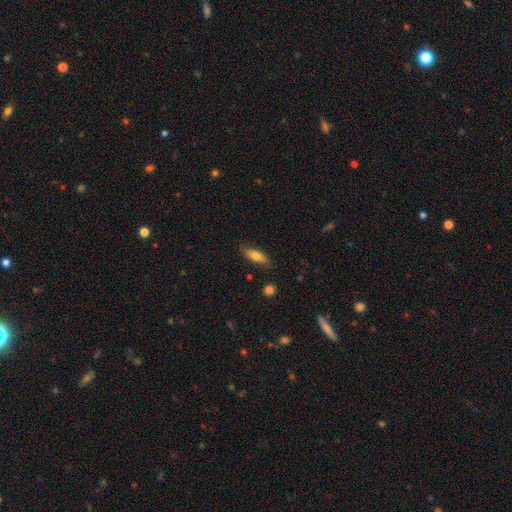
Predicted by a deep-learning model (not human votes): Q: Smooth or featured?
A: smooth (71%); runner-up: featured or disk (23%)
Q: How rounded?
A: in between (60%); runner-up: cigar-shaped (37%)
Q: Merging?
A: none (81%); runner-up: minor disturbance (15%)